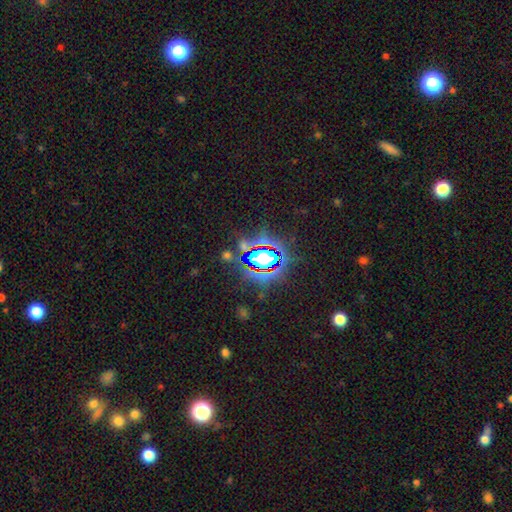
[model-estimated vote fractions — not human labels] Morphology: type=star or artifact (78%).